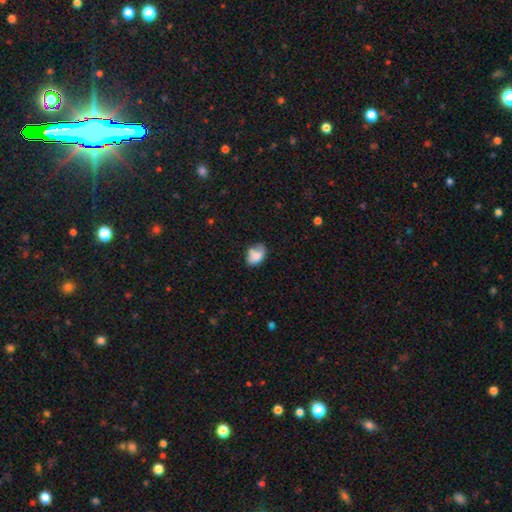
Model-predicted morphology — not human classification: This is likely a smooth galaxy (72%). How rounded: clearly in between (82%). Merging: marginally none (45%).